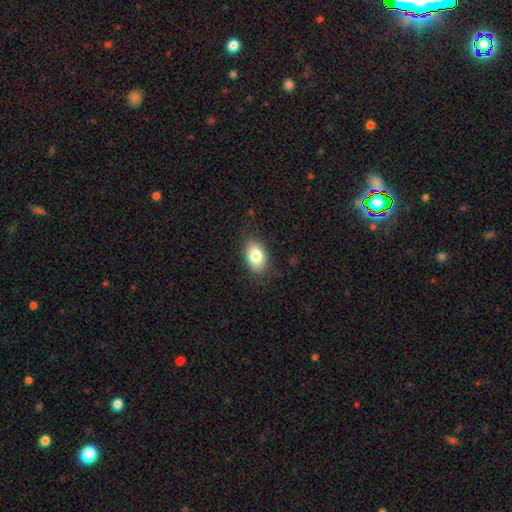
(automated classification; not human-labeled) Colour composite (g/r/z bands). It shows a smooth galaxy with no disk features (82%) that is in between round and cigar-shaped (90%). Merging: none (81%).